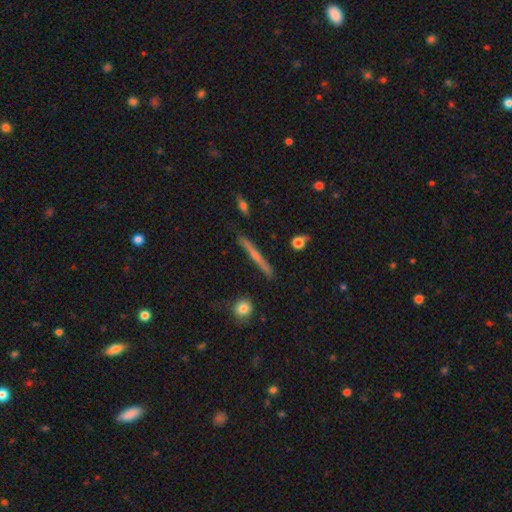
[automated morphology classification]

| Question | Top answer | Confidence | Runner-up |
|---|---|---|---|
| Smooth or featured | featured or disk | 57% | smooth (36%) |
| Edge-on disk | yes | 96% | no (4%) |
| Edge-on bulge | none | 56% | rounded (38%) |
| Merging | none | 88% | minor disturbance (8%) |